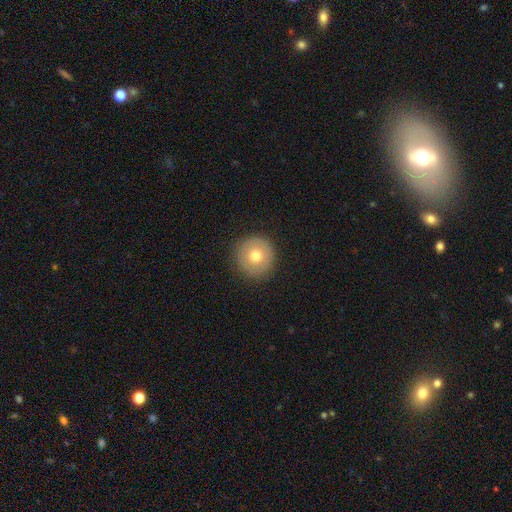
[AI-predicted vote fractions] Overall: smooth (68%). How rounded: round (95%). Merging: none (89%).